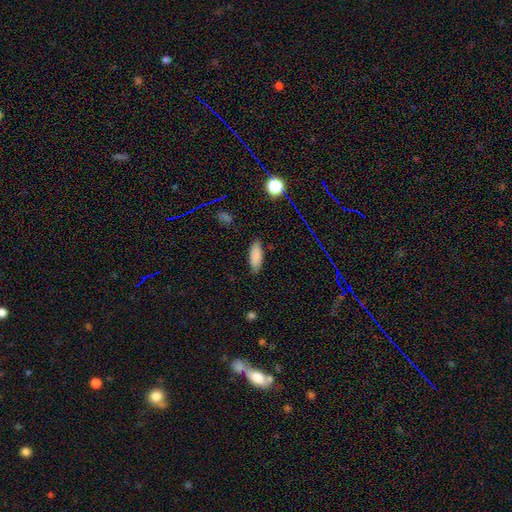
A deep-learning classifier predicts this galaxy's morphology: A smooth galaxy with no disk features (86%) that is in between round and cigar-shaped (70%). Merging: none (83%).